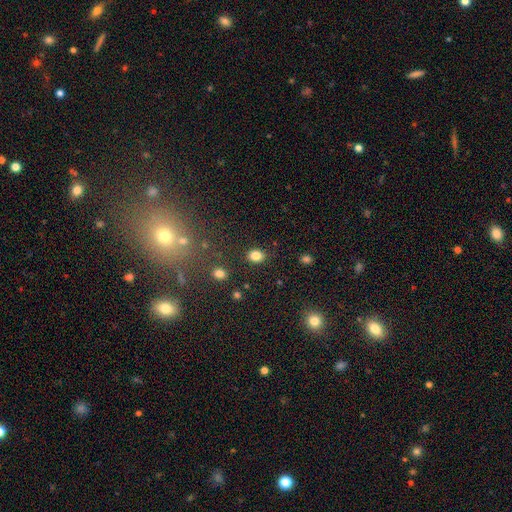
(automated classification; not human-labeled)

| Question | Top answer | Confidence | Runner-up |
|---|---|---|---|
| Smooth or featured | smooth | 83% | star or artifact (12%) |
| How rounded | round | 52% | in between (47%) |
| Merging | none | 86% | minor disturbance (9%) |